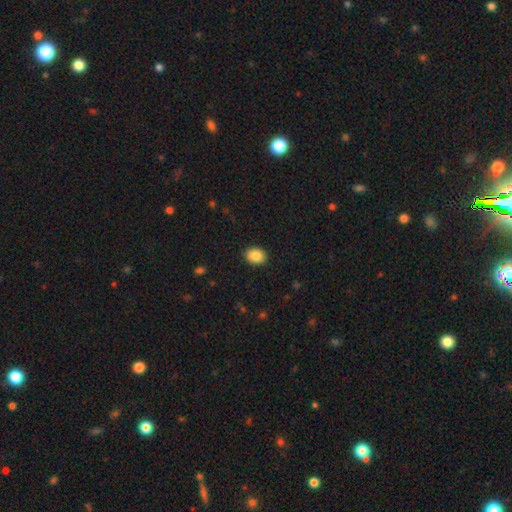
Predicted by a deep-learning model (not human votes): Q: Smooth or featured?
A: smooth (85%); runner-up: star or artifact (8%)
Q: How rounded?
A: in between (58%); runner-up: round (41%)
Q: Merging?
A: none (89%); runner-up: minor disturbance (8%)